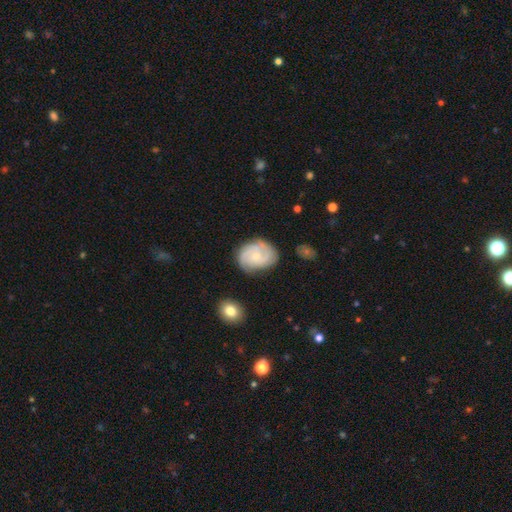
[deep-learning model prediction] Overall: featured or disk (68%). Edge-on disk: no (98%). Bar: no (69%). Spiral arms: yes (92%). Spiral arm count: 2 (37%; 3 25%). Spiral winding: tight (50%; medium 38%). Bulge size: small (69%). Merging: none (73%).